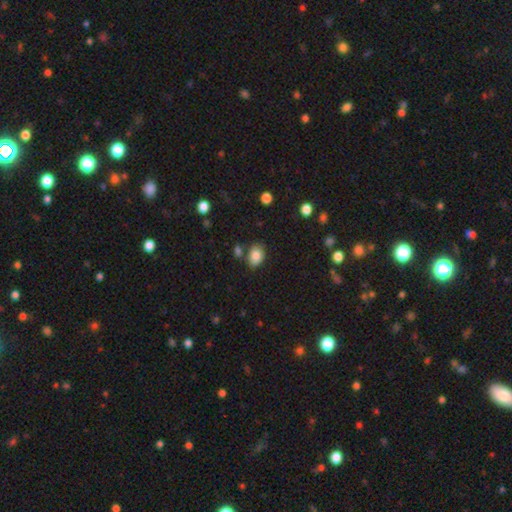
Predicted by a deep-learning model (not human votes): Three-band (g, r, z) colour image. It shows a smooth galaxy with no disk features (83%) that is in between round and cigar-shaped (72%). Merging: none (70%).